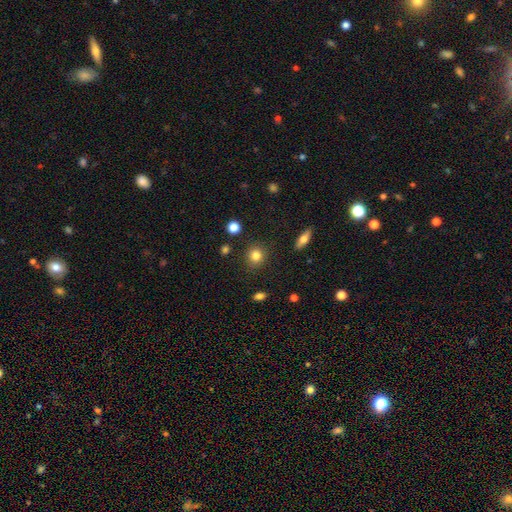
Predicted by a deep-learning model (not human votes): A smooth galaxy with no disk features (83%) that is round (87%). Merging: none (88%).